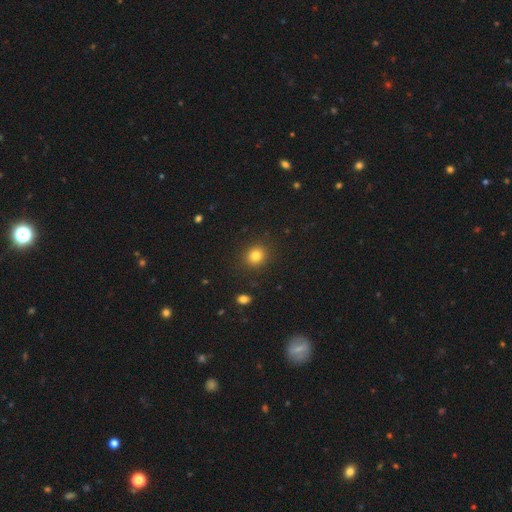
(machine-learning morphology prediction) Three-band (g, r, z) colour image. It shows a smooth galaxy with no disk features (81%) that is round (82%). Merging: none (90%).